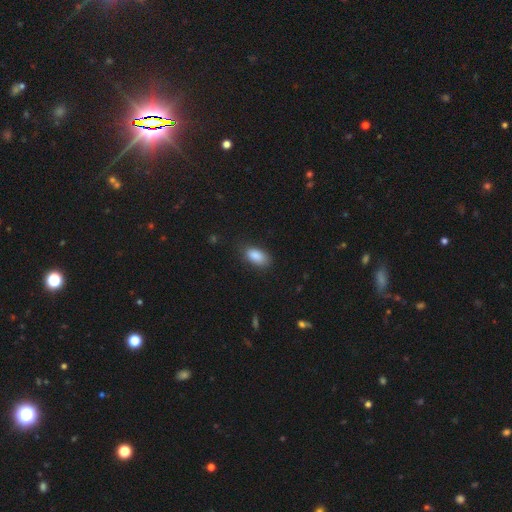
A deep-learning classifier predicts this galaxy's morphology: Smooth or featured? Predicted: smooth (p=0.88). How rounded? Predicted: in between (p=0.92). Merging? Predicted: none (p=0.78).